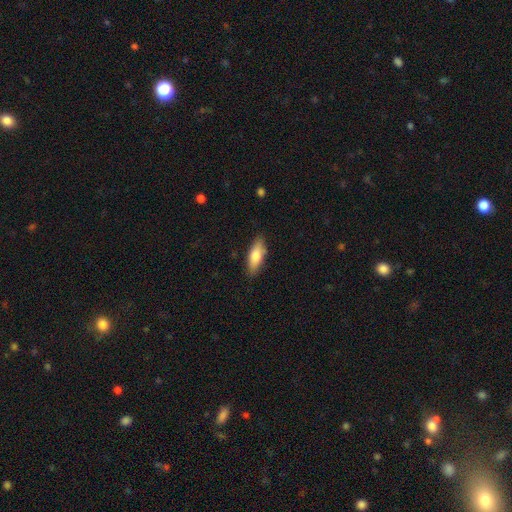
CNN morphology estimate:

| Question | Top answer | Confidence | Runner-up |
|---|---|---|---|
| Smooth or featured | smooth | 74% | featured or disk (20%) |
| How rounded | in between | 63% | cigar-shaped (35%) |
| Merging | none | 84% | minor disturbance (12%) |